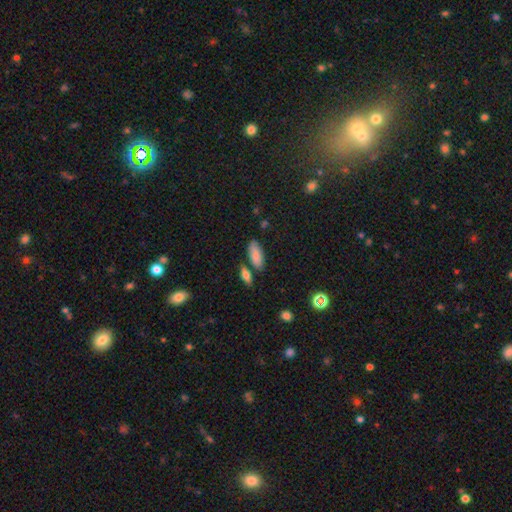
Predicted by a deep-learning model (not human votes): Smooth or featured? smooth (82%)
How rounded? in between (85%)
Merging? none (71%)